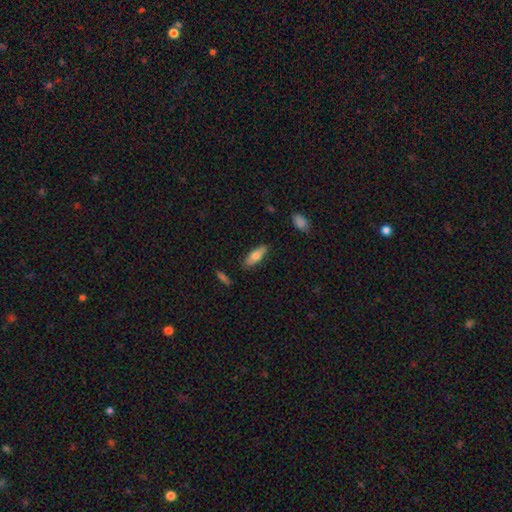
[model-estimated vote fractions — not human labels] Morphology: type=smooth (69%); roundness=in between (67%); merging=none (83%).